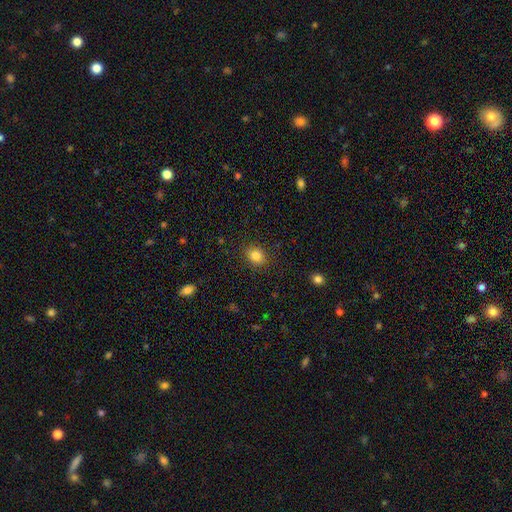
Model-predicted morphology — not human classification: A smooth galaxy with no disk features (84%) that is round (56%).

Vote fractions:
- Smooth or featured? smooth: 84% / star or artifact: 11% / featured or disk: 5%
- How rounded? round: 56% / in between: 43% / cigar-shaped: 1%
- Merging? none: 87% / minor disturbance: 9% / major disturbance: 3% / merger: 1%